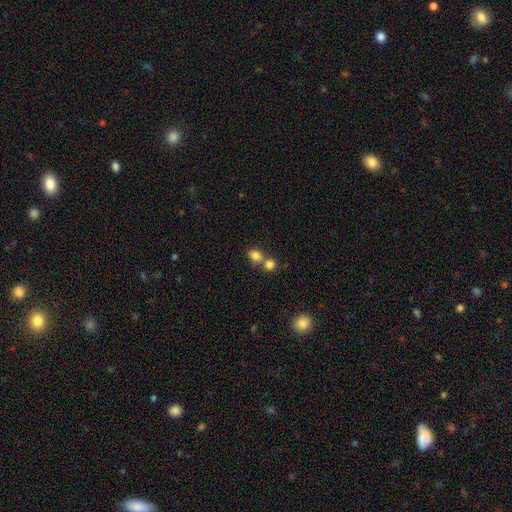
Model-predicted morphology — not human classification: Smooth or featured: smooth — 81% (star or artifact — 11%)
How rounded: round — 62% (in between — 37%)
Merging: merger — 48% (none — 42%)